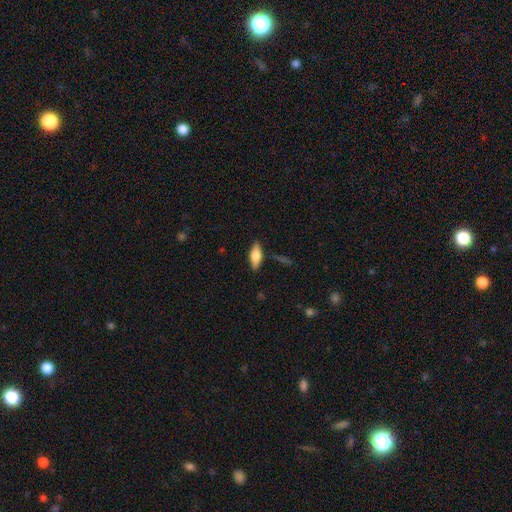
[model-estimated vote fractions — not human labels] Smooth or featured?
  - smooth: 56% *
  - featured or disk: 37%
  - star or artifact: 7%
How rounded?
  - in between: 68% *
  - cigar-shaped: 29%
  - round: 3%
Merging?
  - none: 84% *
  - minor disturbance: 11%
  - major disturbance: 3%
  - merger: 2%